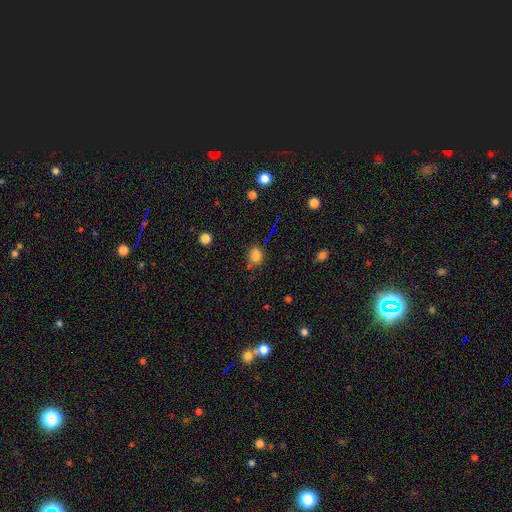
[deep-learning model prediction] Smooth or featured: smooth — 77% (star or artifact — 16%)
How rounded: round — 52% (in between — 46%)
Merging: none — 72% (minor disturbance — 18%)